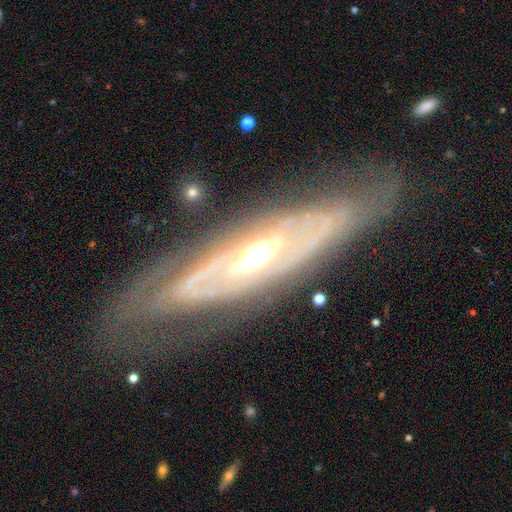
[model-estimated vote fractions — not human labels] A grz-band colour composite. It shows a featured or disk galaxy (85%) with no bar (61%), spiral arms (61%) and a moderate central bulge (66%). Merging: none (66%).